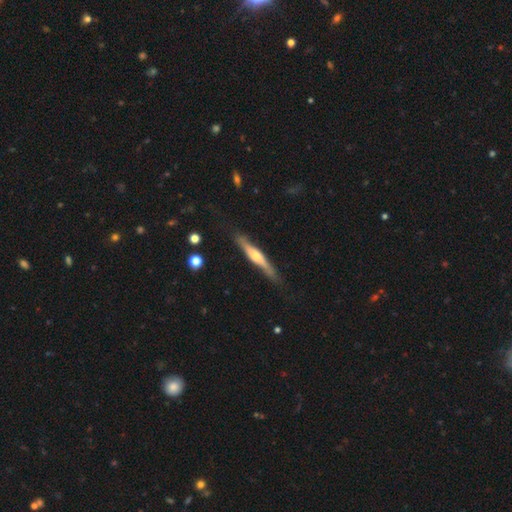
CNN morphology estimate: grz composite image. It shows a featured or disk galaxy (65%) viewed edge-on (93%) with a rounded central bulge (84%). Merging: none (76%).